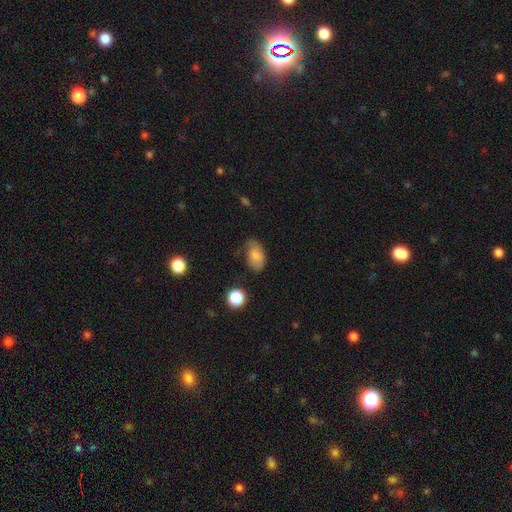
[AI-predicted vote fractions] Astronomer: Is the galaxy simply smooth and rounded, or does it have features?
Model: smooth — 78%.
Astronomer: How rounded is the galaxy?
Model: in between — 88%.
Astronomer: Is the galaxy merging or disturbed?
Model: none — 46% (runner-up: minor disturbance, 34%).